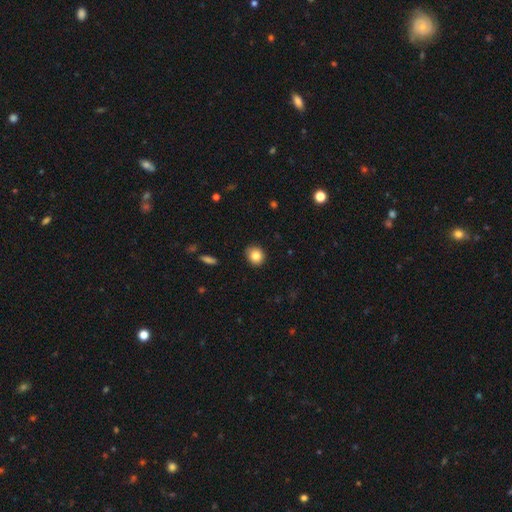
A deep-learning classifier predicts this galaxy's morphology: A smooth galaxy with no disk features (84%) that is round (77%). Merging: none (89%).